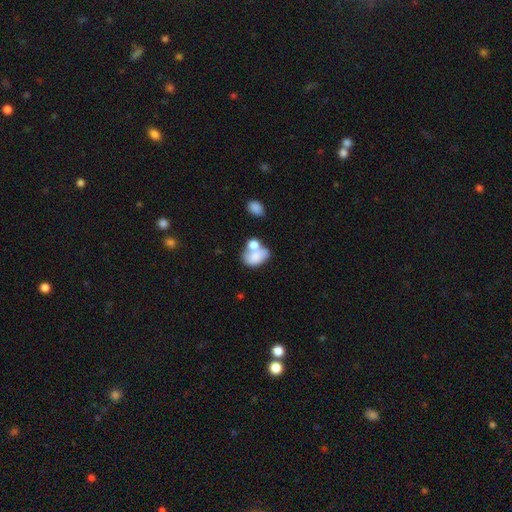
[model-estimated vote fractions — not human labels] Smooth or featured: smooth — 74% (featured or disk — 17%)
How rounded: in between — 77% (round — 22%)
Merging: merger — 48% (none — 28%)